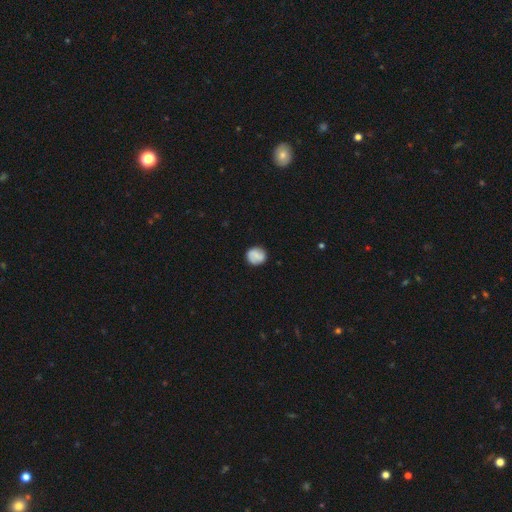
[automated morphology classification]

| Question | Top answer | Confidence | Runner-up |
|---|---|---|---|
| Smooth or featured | smooth | 66% | featured or disk (26%) |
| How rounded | round | 84% | in between (15%) |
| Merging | none | 83% | minor disturbance (12%) |